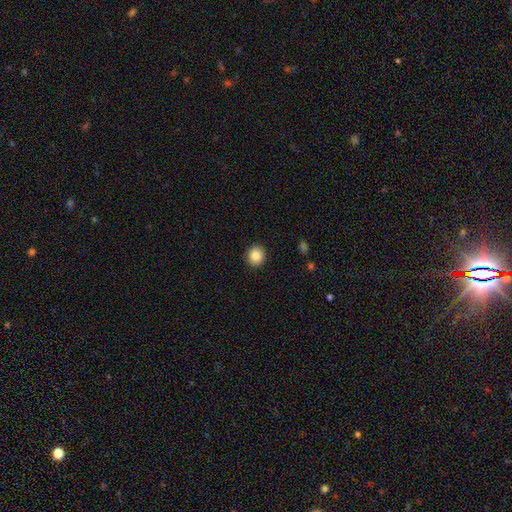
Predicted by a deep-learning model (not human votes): Smooth or featured? Predicted: smooth (p=0.87). How rounded? Predicted: round (p=0.84). Merging? Predicted: none (p=0.92).